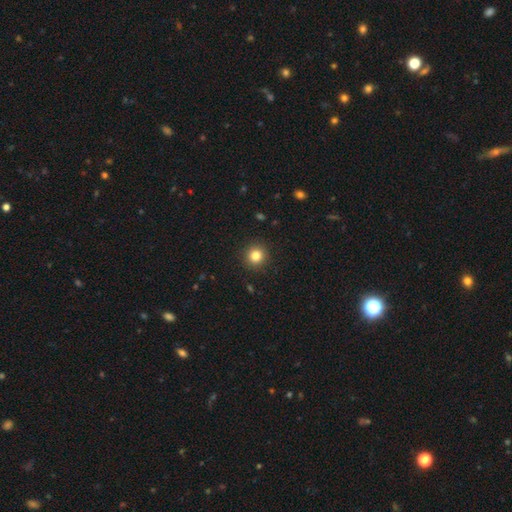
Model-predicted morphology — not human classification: Overall: smooth (83%). How rounded: round (93%). Merging: none (92%).